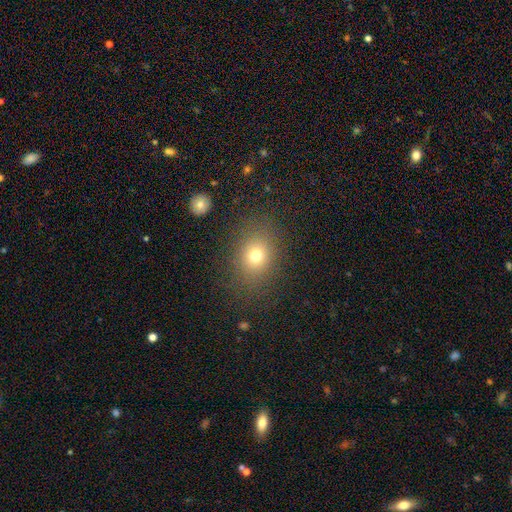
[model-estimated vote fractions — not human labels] Overall: smooth (73%). How rounded: round (54%; in between 45%). Merging: none (82%).